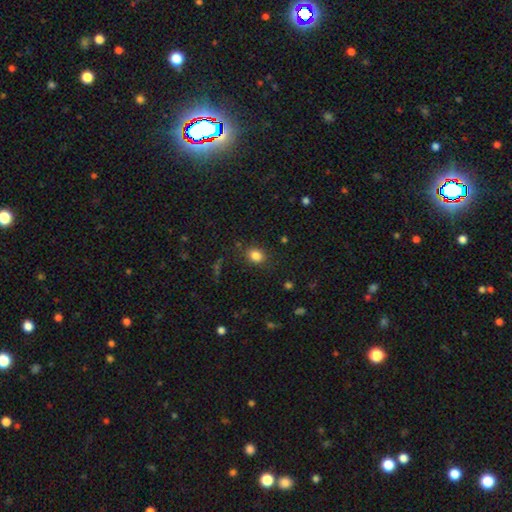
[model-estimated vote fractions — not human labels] Smooth or featured? Predicted: smooth (p=0.84). How rounded? Predicted: round (p=0.52). Merging? Predicted: none (p=0.83).